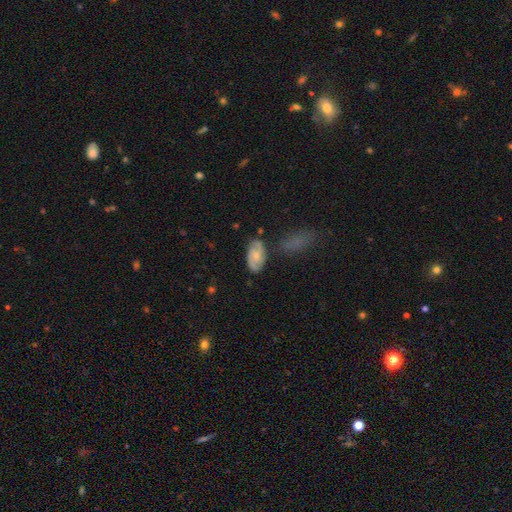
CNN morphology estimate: Smooth or featured: featured or disk — 50% (smooth — 44%)
Merging: none — 66% (minor disturbance — 21%)